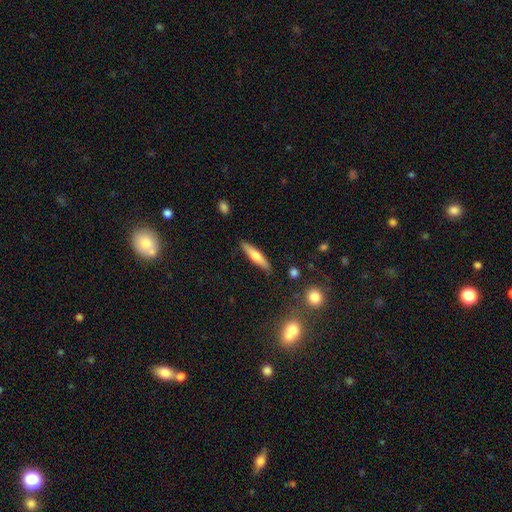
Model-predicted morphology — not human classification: smooth_or_featured: smooth (p=0.60) [alt: featured or disk p=0.33]
how_rounded: cigar-shaped (p=0.84) [alt: in between p=0.15]
merging: none (p=0.88) [alt: minor disturbance p=0.09]